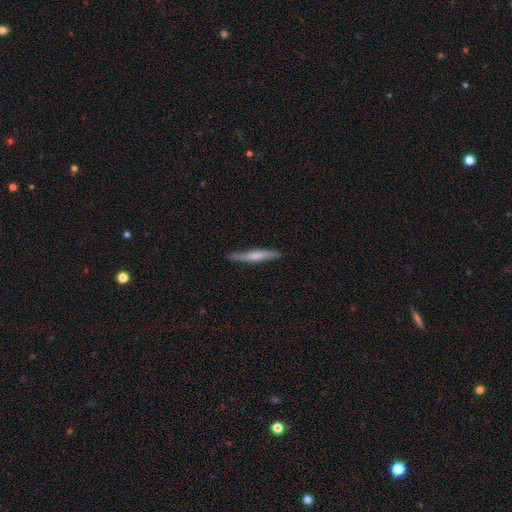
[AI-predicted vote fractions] Q: Smooth or featured?
A: smooth (56%); runner-up: featured or disk (39%)
Q: How rounded?
A: cigar-shaped (94%); runner-up: in between (5%)
Q: Merging?
A: none (82%); runner-up: minor disturbance (14%)